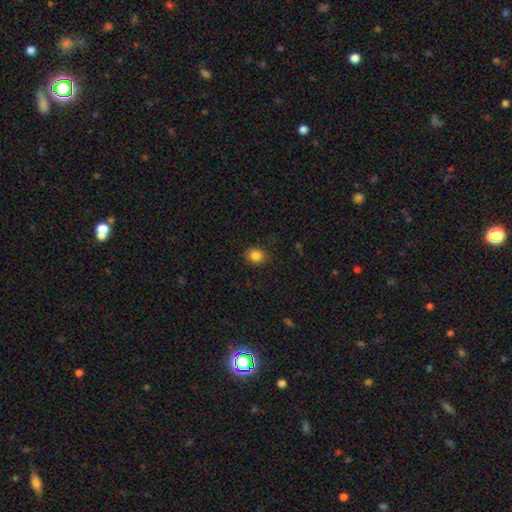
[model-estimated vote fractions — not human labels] smooth_or_featured: smooth (p=0.84) [alt: star or artifact p=0.11]
how_rounded: round (p=0.66) [alt: in between p=0.33]
merging: none (p=0.85) [alt: minor disturbance p=0.11]